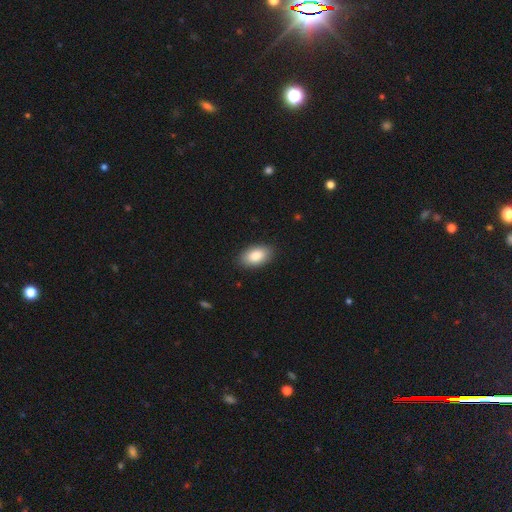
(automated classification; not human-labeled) smooth-or-featured: smooth: 86% | featured or disk: 7% | star or artifact: 6%
  how-rounded: in between: 94% | round: 5% | cigar-shaped: 2%
  merging: none: 88% | minor disturbance: 9% | major disturbance: 2% | merger: 1%